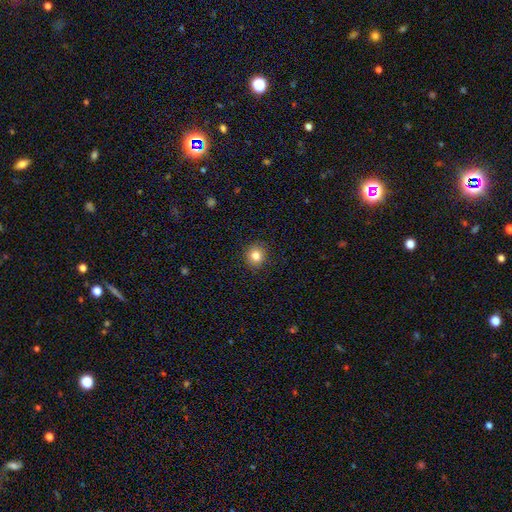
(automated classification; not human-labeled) smooth_or_featured: smooth (p=0.82) [alt: star or artifact p=0.11]
how_rounded: round (p=0.87) [alt: in between p=0.12]
merging: none (p=0.91) [alt: minor disturbance p=0.06]